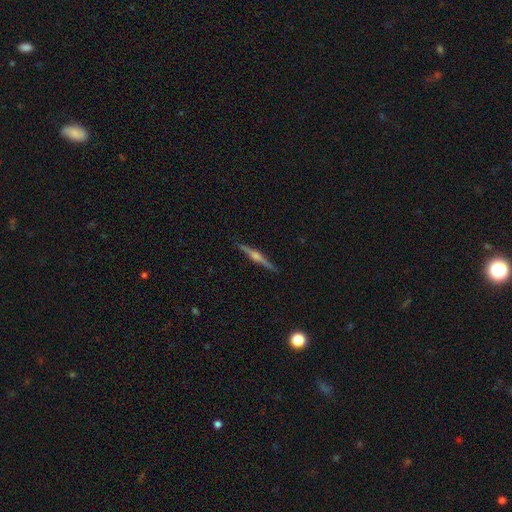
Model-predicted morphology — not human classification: Overall: featured or disk (83%). Edge-on disk: yes (99%). Edge-on bulge: rounded (85%). Merging: none (92%).